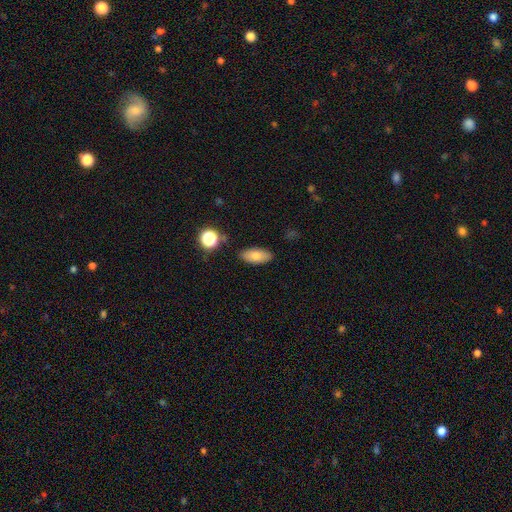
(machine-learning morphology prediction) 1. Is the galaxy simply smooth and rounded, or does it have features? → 77% smooth, 14% featured or disk, 9% star or artifact.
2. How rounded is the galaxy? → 86% in between, 10% cigar-shaped, 4% round.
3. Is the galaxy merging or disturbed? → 84% none, 11% minor disturbance, 3% major disturbance, 2% merger.